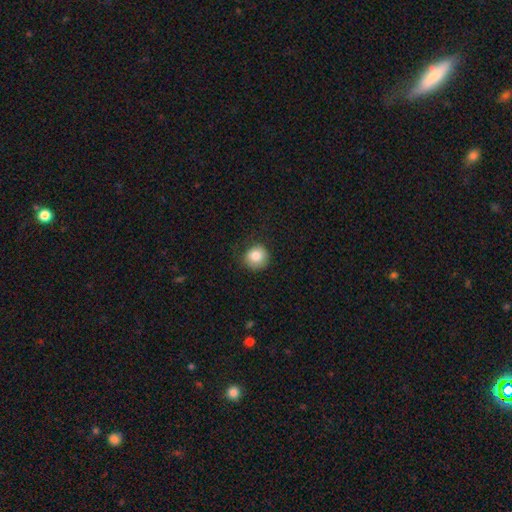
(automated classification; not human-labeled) The model was most divided on "merging": none: 75%, minor disturbance: 17%, major disturbance: 7%, merger: 1%. More confident: how rounded — round (91%); smooth or featured — smooth (84%).